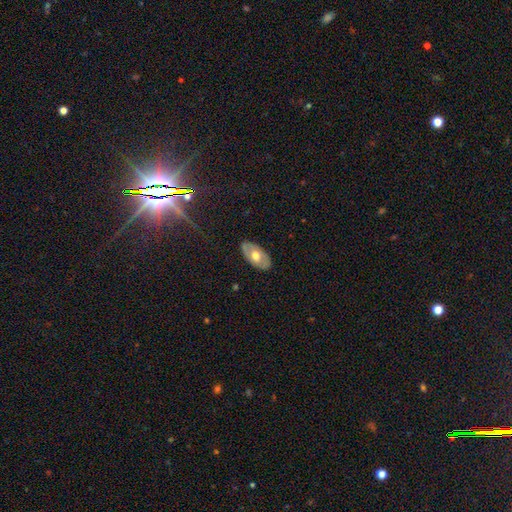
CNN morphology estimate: This appears to be a smooth galaxy with no disk features (48%). Merging: none (82%).